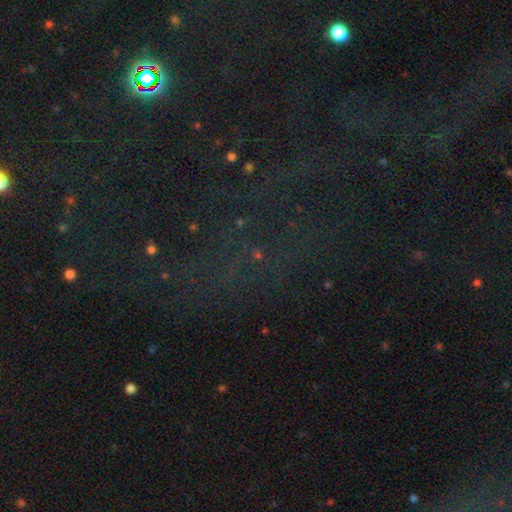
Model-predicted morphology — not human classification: type=star or artifact (72%).